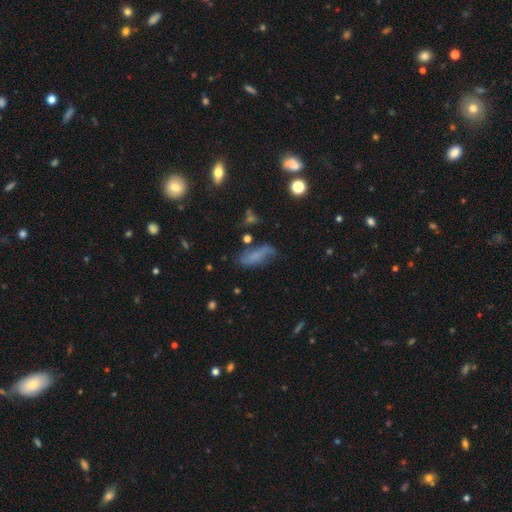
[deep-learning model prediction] A smooth galaxy with no disk features (61%) that is in between round and cigar-shaped (64%).

Vote fractions:
- Smooth or featured? smooth: 61% / featured or disk: 27% / star or artifact: 12%
- How rounded? in between: 64% / cigar-shaped: 32% / round: 4%
- Merging? none: 55% / minor disturbance: 28% / major disturbance: 12% / merger: 5%